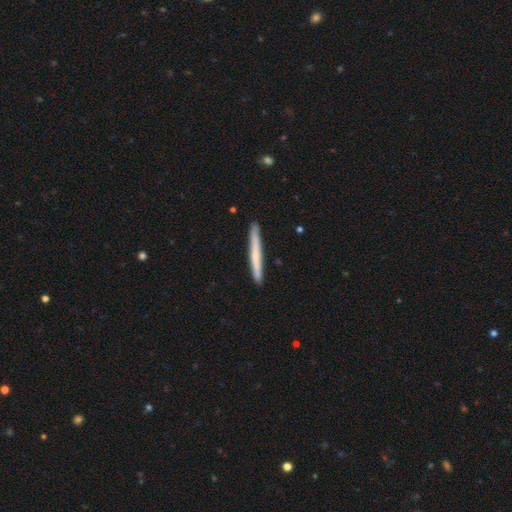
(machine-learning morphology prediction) A smooth galaxy with no disk features (57%) that is cigar-shaped (97%). Merging: none (91%).